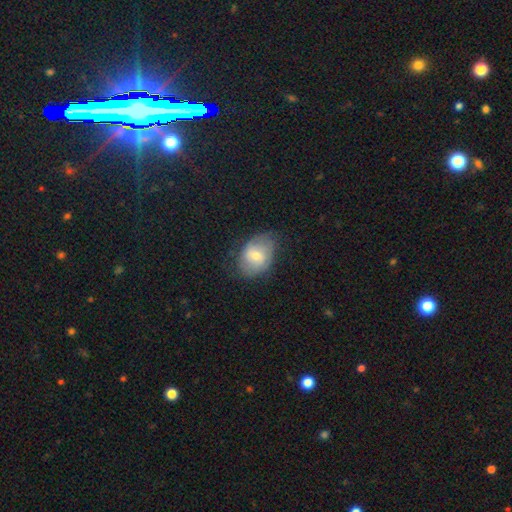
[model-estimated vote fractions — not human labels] Q: Smooth or featured?
A: smooth (55%); runner-up: featured or disk (37%)
Q: How rounded?
A: in between (68%); runner-up: round (31%)
Q: Merging?
A: none (65%); runner-up: minor disturbance (25%)